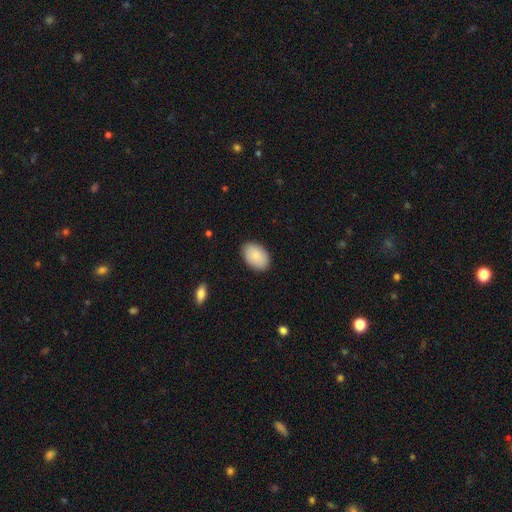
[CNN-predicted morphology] smooth 88%, featured or disk 7%, star or artifact 6%. Down the decision tree: how rounded — in between (90%); merging — none (88%).